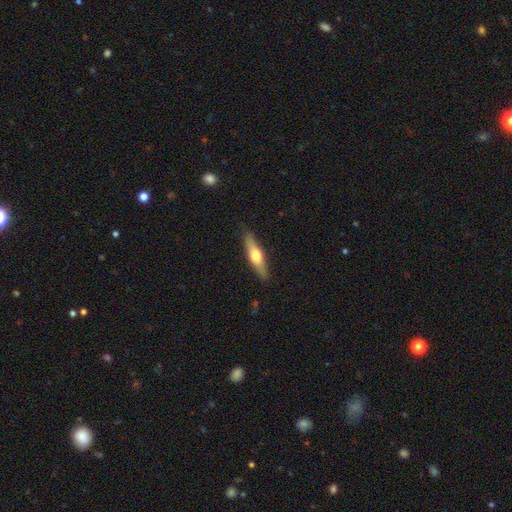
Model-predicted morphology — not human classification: Smooth or featured?
  - featured or disk: 48% *
  - smooth: 46%
  - star or artifact: 5%
Merging?
  - none: 87% *
  - minor disturbance: 10%
  - major disturbance: 2%
  - merger: 1%